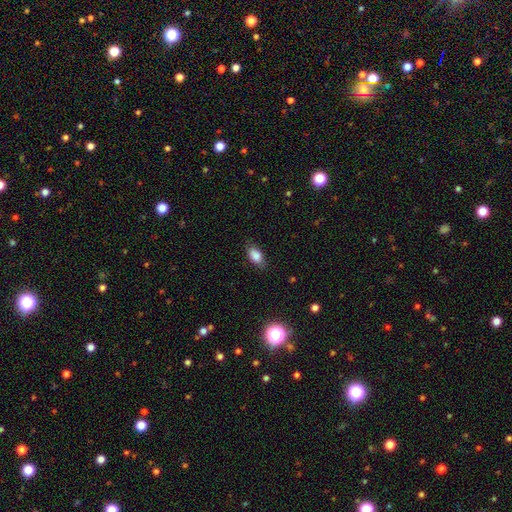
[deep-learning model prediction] Smooth or featured? Predicted: smooth (p=0.84). How rounded? Predicted: in between (p=0.89). Merging? Predicted: none (p=0.79).